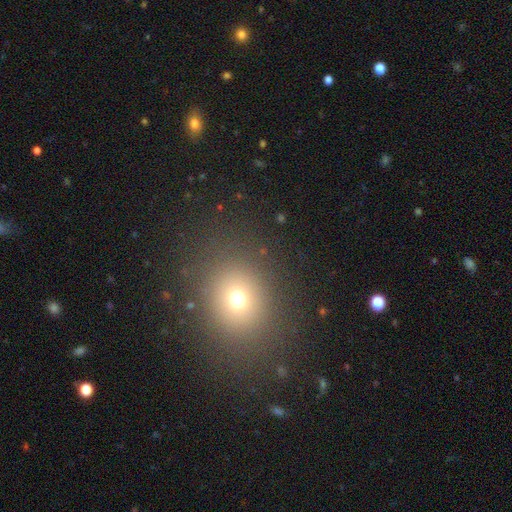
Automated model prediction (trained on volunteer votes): Smooth or featured? smooth (64%)
How rounded? round (64%)
Merging? none (89%)